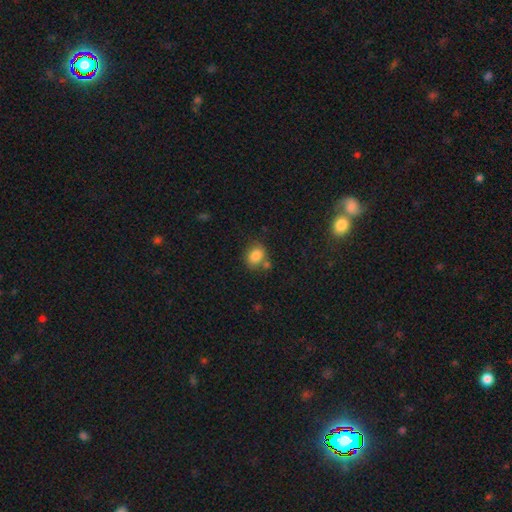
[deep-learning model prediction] Smooth or featured: smooth — 83% (star or artifact — 10%)
How rounded: in between — 62% (round — 37%)
Merging: none — 63% (merger — 16%)